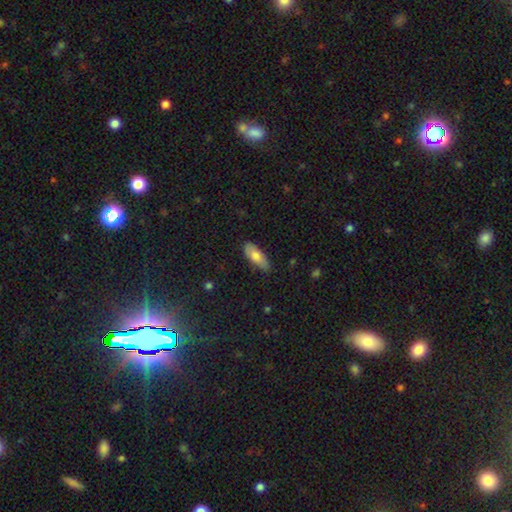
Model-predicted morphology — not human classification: A smooth galaxy with no disk features (76%) that is in between round and cigar-shaped (76%). Merging: none (80%).